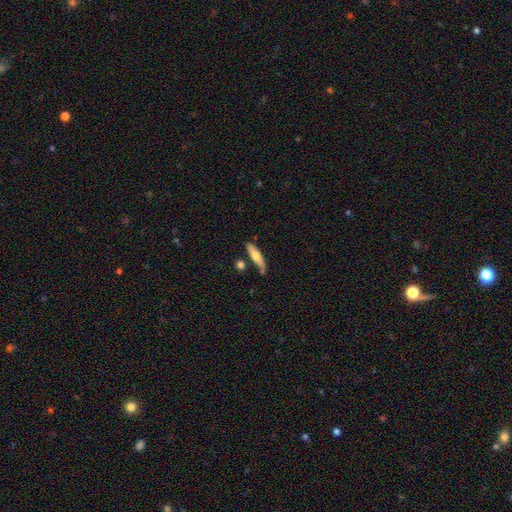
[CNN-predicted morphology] A smooth galaxy with no disk features (58%) that is cigar-shaped (69%). Merging: none (73%).